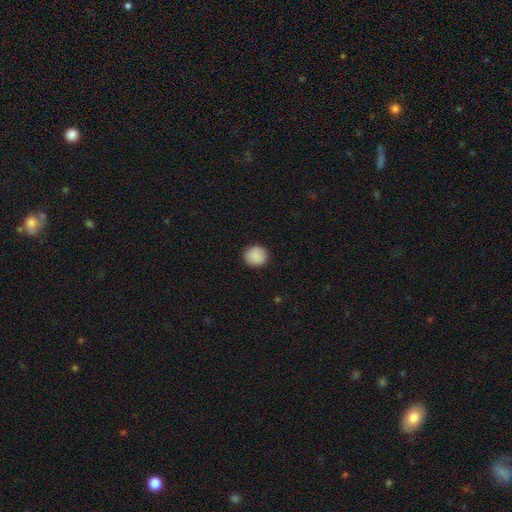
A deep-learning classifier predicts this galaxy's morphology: type=smooth (90%); roundness=round (91%); merging=none (91%).